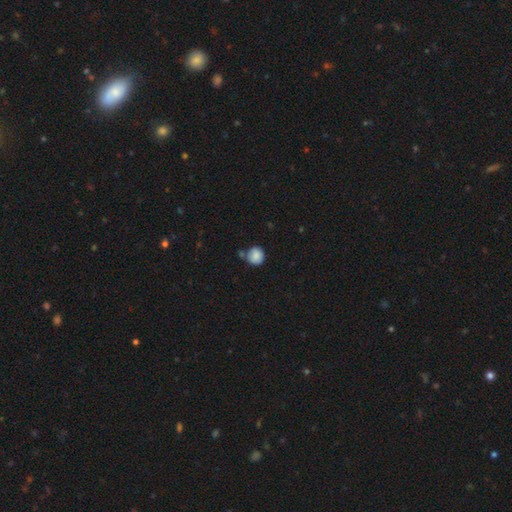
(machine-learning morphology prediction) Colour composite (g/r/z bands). It shows a smooth galaxy with no disk features (84%) that is round (88%). Merging: none (60%).